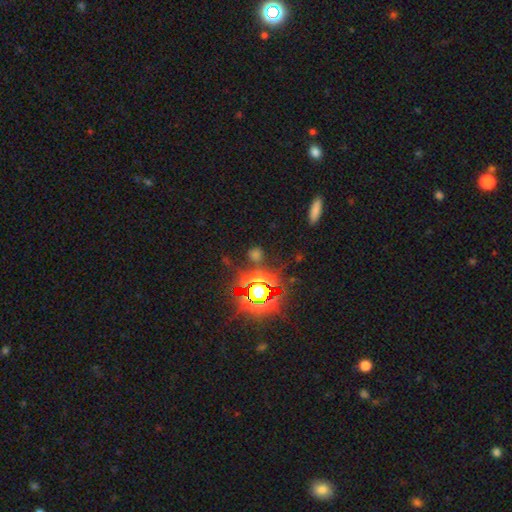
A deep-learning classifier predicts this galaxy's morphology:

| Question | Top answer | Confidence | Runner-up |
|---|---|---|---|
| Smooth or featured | star or artifact | 58% | smooth (33%) |